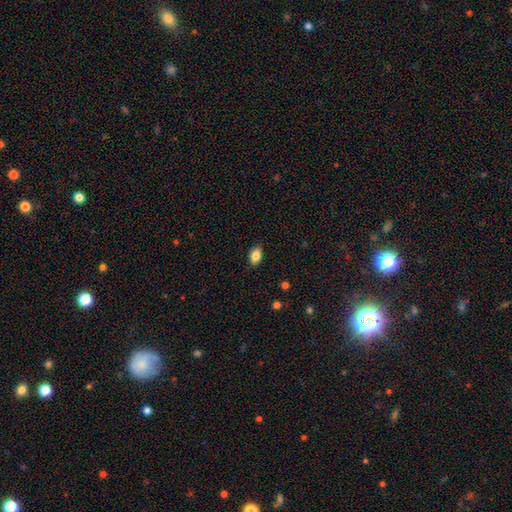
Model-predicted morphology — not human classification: A smooth galaxy with no disk features (85%) that is in between round and cigar-shaped (87%). Merging: none (86%).